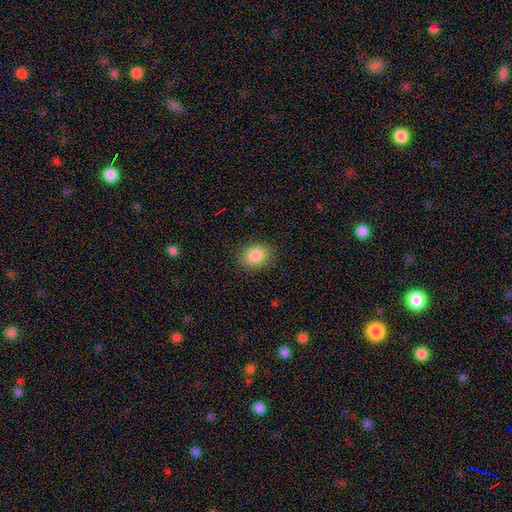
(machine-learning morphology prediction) Overall: smooth (86%). How rounded: in between (58%; round 41%). Merging: none (87%).